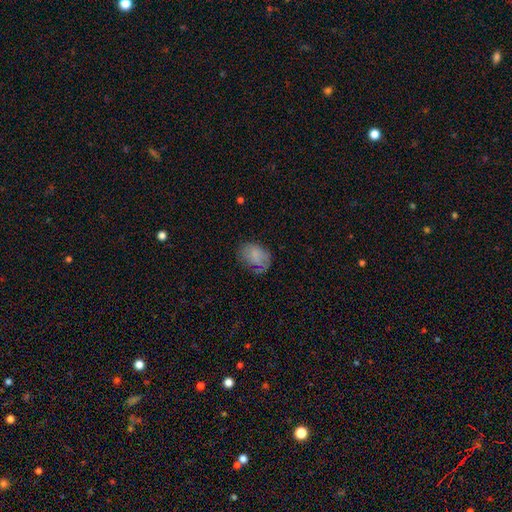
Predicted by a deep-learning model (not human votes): Smooth or featured?
  - smooth: 75% *
  - featured or disk: 16%
  - star or artifact: 9%
How rounded?
  - in between: 75% *
  - round: 24%
  - cigar-shaped: 1%
Merging?
  - none: 53% *
  - minor disturbance: 30%
  - major disturbance: 14%
  - merger: 3%